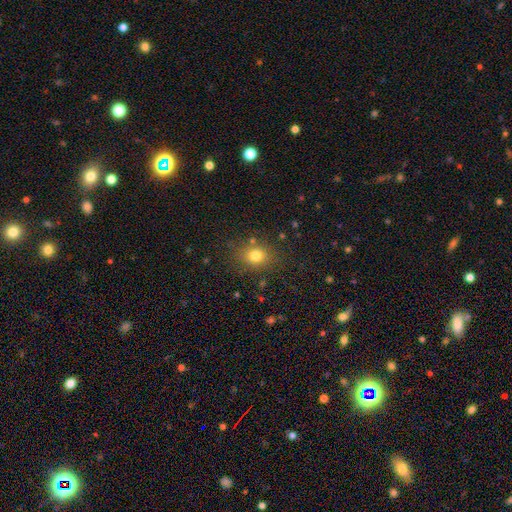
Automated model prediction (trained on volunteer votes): Morphology: type=smooth (77%); roundness=round (62%); merging=none (81%).